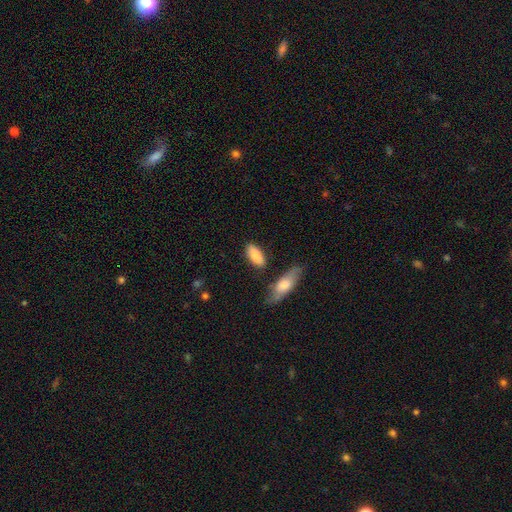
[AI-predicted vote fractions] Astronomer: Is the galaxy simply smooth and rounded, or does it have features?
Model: smooth — 83%.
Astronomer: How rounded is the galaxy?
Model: in between — 81%.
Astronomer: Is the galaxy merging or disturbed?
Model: none — 78%.